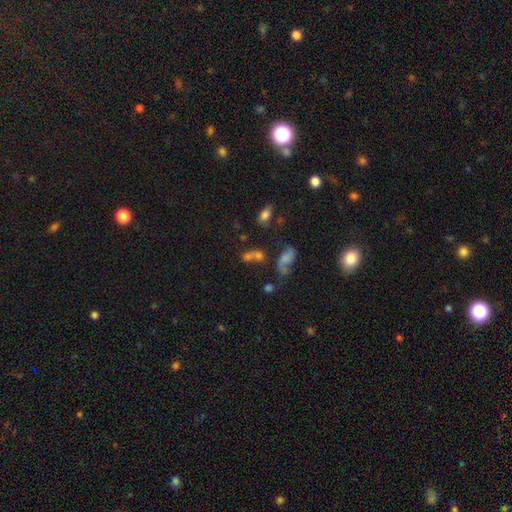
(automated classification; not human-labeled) Smooth or featured?
  - smooth: 39% *
  - star or artifact: 31%
  - featured or disk: 30%
Merging?
  - none: 44% *
  - merger: 25%
  - minor disturbance: 15%
  - major disturbance: 15%